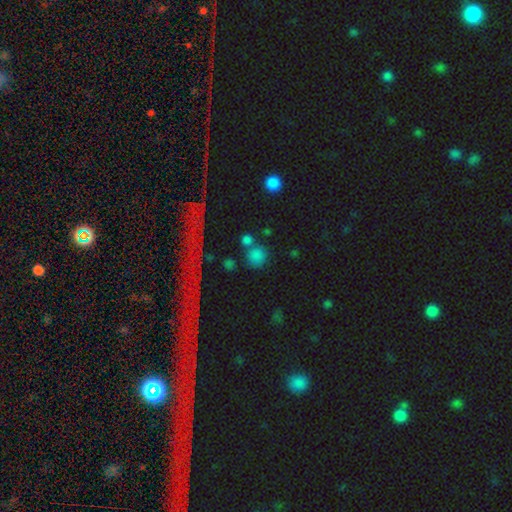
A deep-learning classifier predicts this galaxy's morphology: This is likely a smooth galaxy (75%). How rounded: clearly round (90%). Merging: likely none (67%).